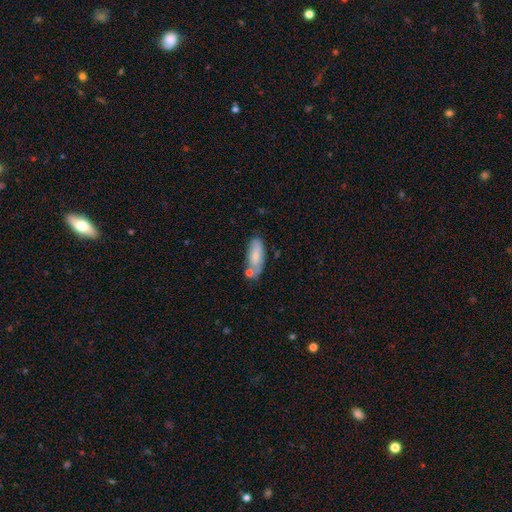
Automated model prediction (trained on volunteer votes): smooth 73%, featured or disk 21%, star or artifact 6%. Down the decision tree: how rounded — in between (76%); merging — none (56%).